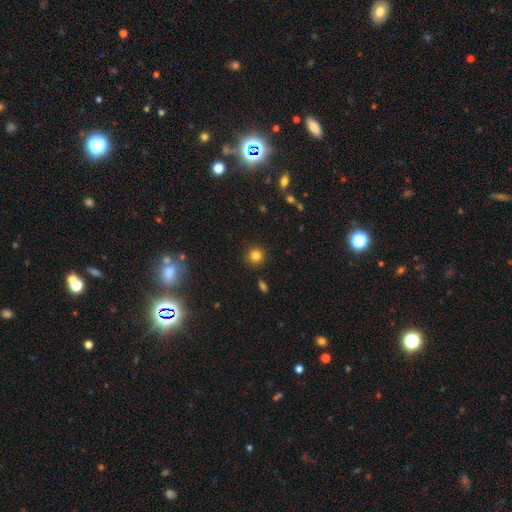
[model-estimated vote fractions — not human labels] Smooth or featured? Predicted: smooth (p=0.82). How rounded? Predicted: round (p=0.93). Merging? Predicted: none (p=0.90).